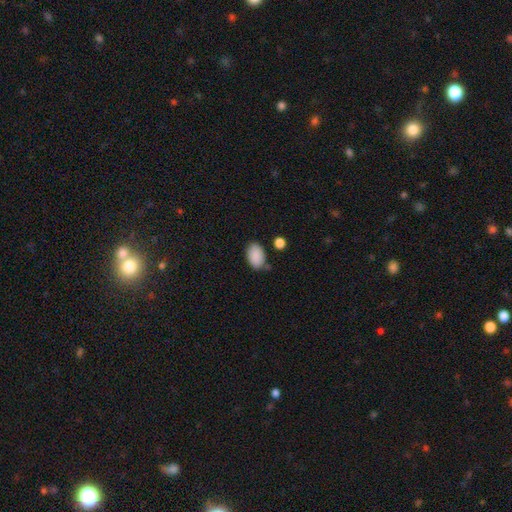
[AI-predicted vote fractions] Smooth or featured: smooth — 89% (star or artifact — 7%)
How rounded: in between — 91% (round — 8%)
Merging: none — 73% (minor disturbance — 17%)